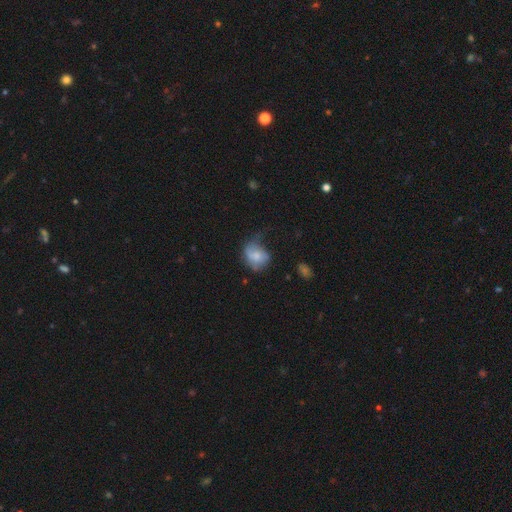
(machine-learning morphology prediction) Q: Smooth or featured?
A: smooth (65%); runner-up: featured or disk (26%)
Q: How rounded?
A: round (53%); runner-up: in between (46%)
Q: Merging?
A: minor disturbance (35%); runner-up: none (34%)